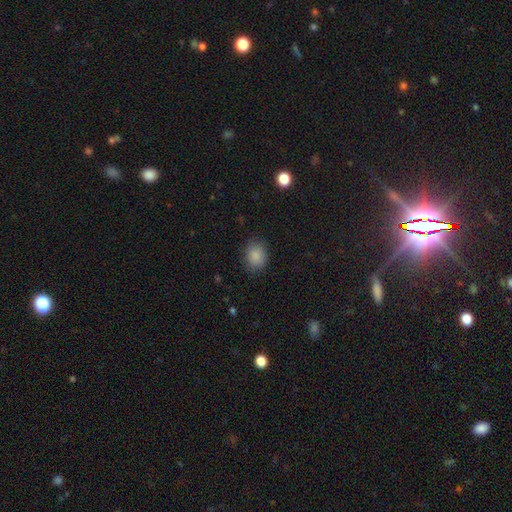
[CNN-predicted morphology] type=smooth (87%); roundness=round (52%); merging=none (83%).